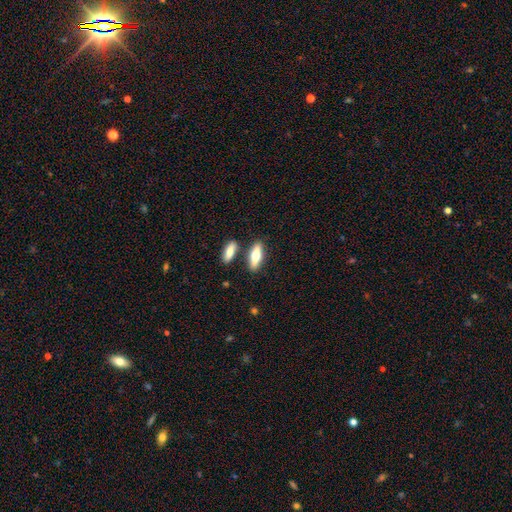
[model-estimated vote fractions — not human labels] Morphology: type=smooth (65%); roundness=in between (53%); merging=none (75%).